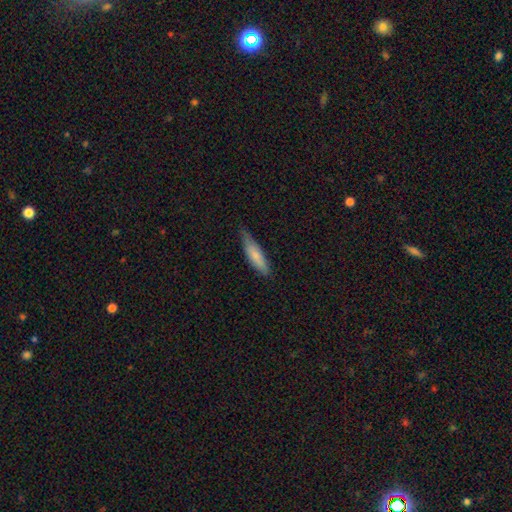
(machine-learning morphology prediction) The model was most divided on "merging": none: 65%, minor disturbance: 29%, major disturbance: 4%, merger: 1%. More confident: smooth or featured — smooth (73%); how rounded — cigar-shaped (68%).